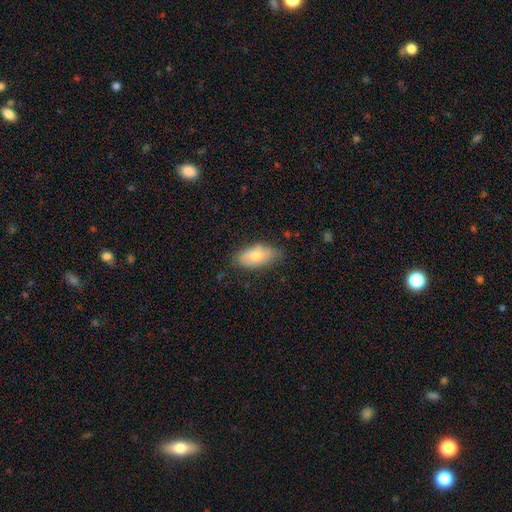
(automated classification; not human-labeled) smooth_or_featured: smooth (p=0.73) [alt: featured or disk p=0.21]
how_rounded: in between (p=0.91) [alt: cigar-shaped p=0.05]
merging: none (p=0.69) [alt: minor disturbance p=0.25]